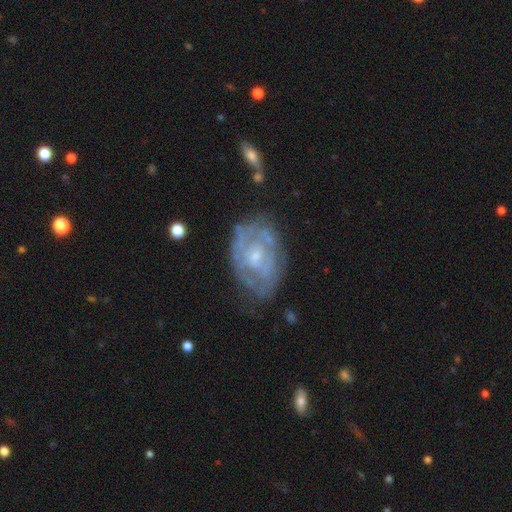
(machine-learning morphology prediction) A featured or disk galaxy (75%) with no bar (69%), spiral arms (62%) and a small central bulge (64%).

Vote fractions:
- Smooth or featured? featured or disk: 75% / smooth: 18% / star or artifact: 7%
- Edge-on disk? no: 96% / yes: 4%
- Bar? no: 69% / weak: 26% / strong: 5%
- Spiral arms? yes: 62% / no: 38%
- Bulge size? small: 64% / moderate: 30% / none: 4% / large: 2% / dominant: 1%
- Merging? none: 61% / minor disturbance: 25% / major disturbance: 12% / merger: 3%